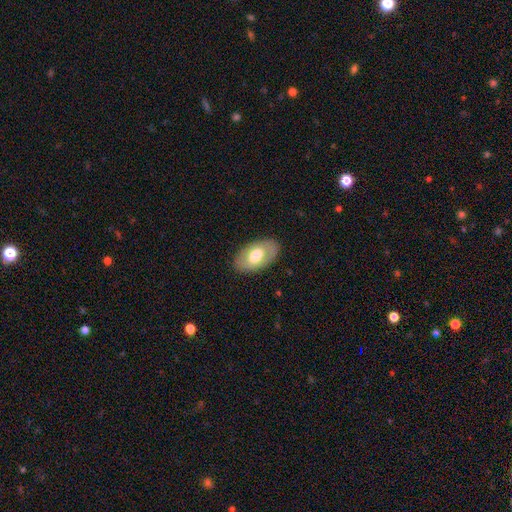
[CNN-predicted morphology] This is likely a smooth galaxy (60%). How rounded: clearly in between (93%). Merging: clearly none (85%).